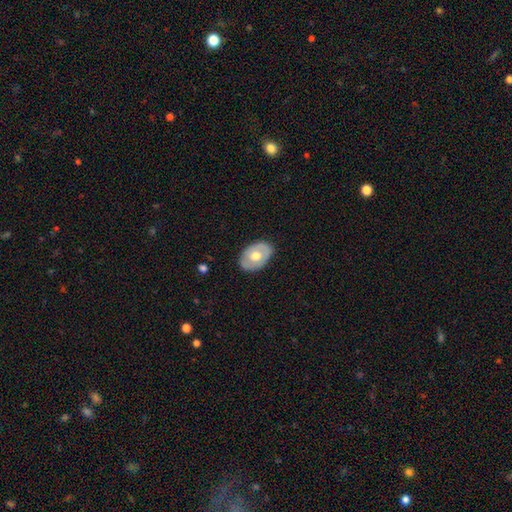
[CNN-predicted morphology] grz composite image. It shows a smooth galaxy with no disk features (48%). Merging: none (83%).